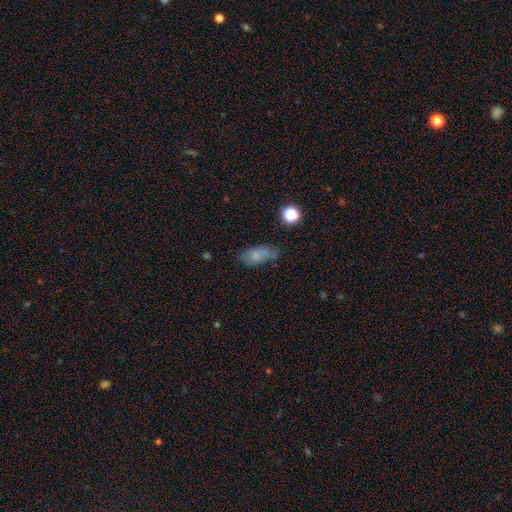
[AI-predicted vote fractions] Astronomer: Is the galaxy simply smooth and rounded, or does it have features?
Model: smooth — 67%.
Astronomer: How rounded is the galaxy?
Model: in between — 83%.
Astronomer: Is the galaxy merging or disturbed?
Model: none — 61%.